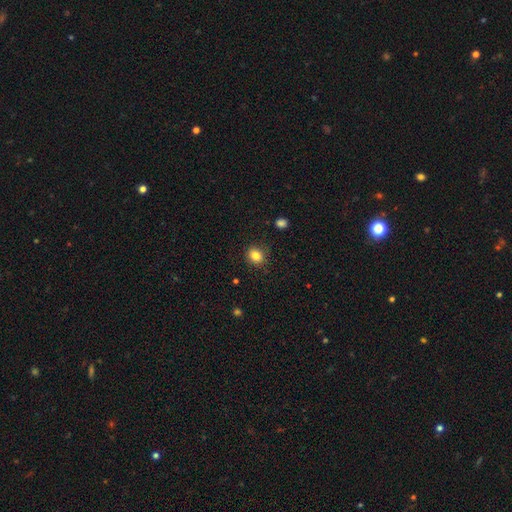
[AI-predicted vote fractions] Smooth or featured? Predicted: smooth (p=0.84). How rounded? Predicted: round (p=0.69). Merging? Predicted: none (p=0.86).